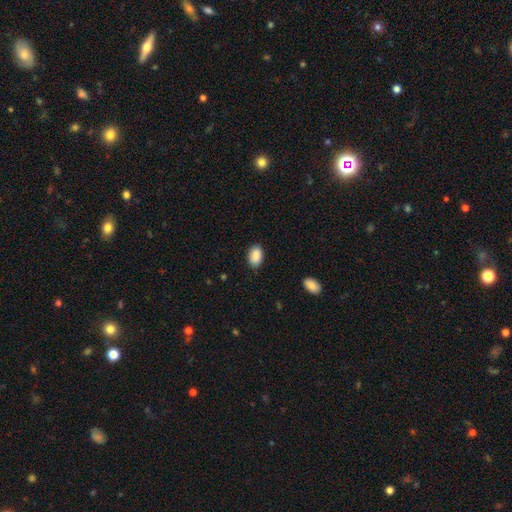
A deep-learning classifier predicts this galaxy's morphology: A smooth galaxy with no disk features (90%) that is in between round and cigar-shaped (90%). Merging: none (85%).